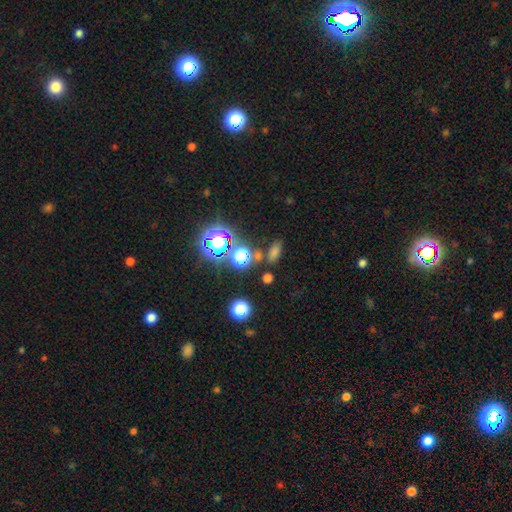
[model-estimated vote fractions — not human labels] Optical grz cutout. It shows a star or artifact, not a galaxy (55%).